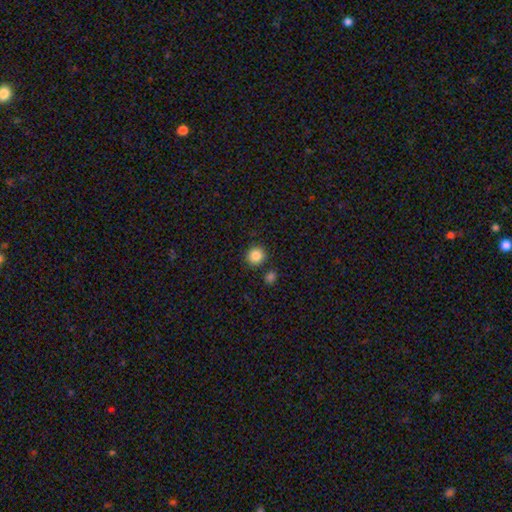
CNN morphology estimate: This appears to be a smooth galaxy with no disk features (86%) that is round (92%). Merging: none (86%).